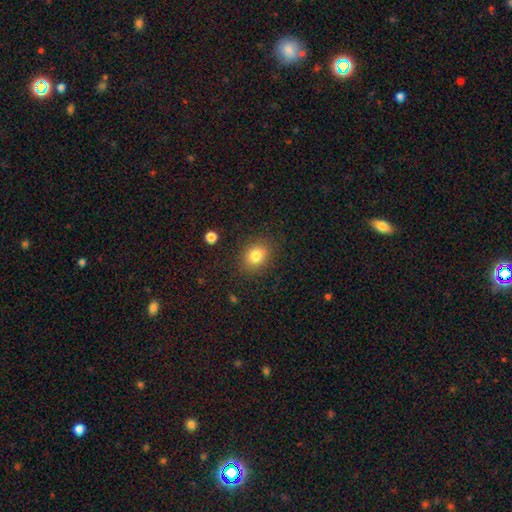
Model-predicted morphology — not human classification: Q: Smooth or featured?
A: smooth (81%); runner-up: star or artifact (11%)
Q: How rounded?
A: round (53%); runner-up: in between (46%)
Q: Merging?
A: none (85%); runner-up: minor disturbance (10%)